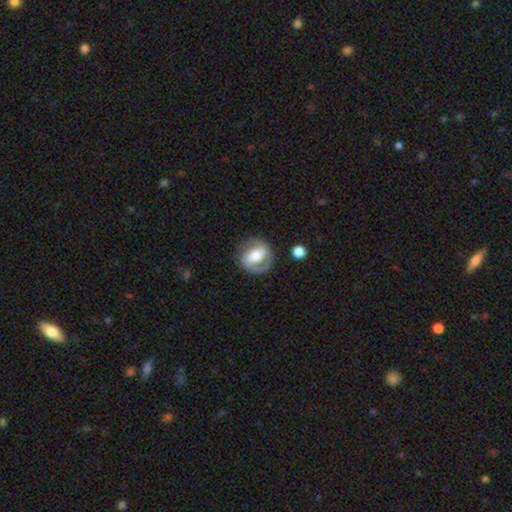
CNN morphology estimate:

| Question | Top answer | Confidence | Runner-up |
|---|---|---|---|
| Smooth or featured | featured or disk | 64% | smooth (30%) |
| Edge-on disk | no | 96% | yes (4%) |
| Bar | strong | 40% | weak (36%) |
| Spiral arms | yes | 73% | no (27%) |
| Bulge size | moderate | 63% | small (19%) |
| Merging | none | 79% | minor disturbance (13%) |